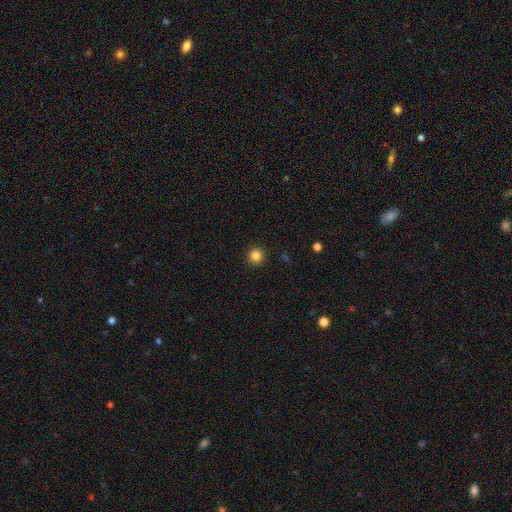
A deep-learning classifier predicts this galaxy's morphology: Smooth or featured? Predicted: smooth (p=0.83). How rounded? Predicted: round (p=0.95). Merging? Predicted: none (p=0.93).